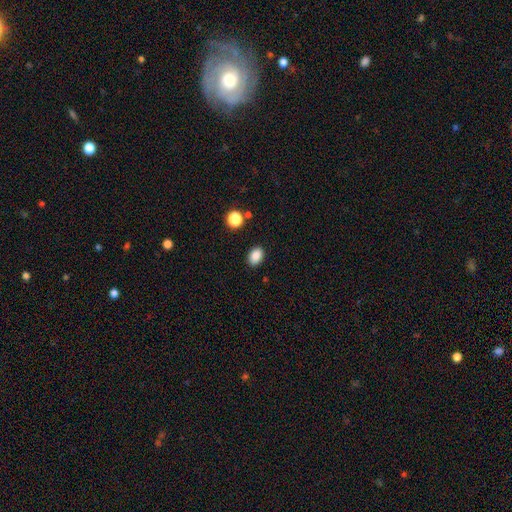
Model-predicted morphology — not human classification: type=smooth (87%); roundness=in between (81%); merging=none (88%).